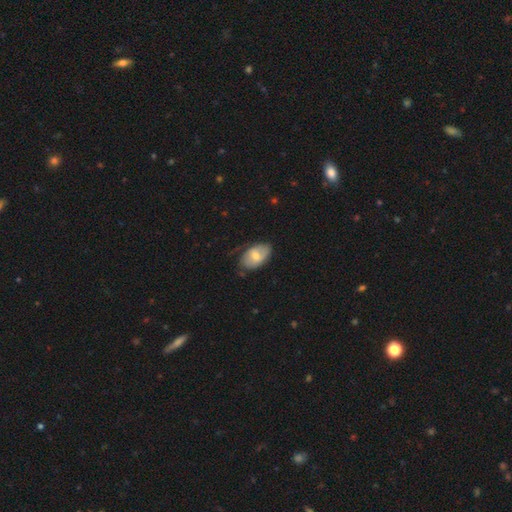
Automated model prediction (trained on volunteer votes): smooth 59%, featured or disk 35%, star or artifact 6%. Down the decision tree: how rounded — in between (91%); merging — none (63%).